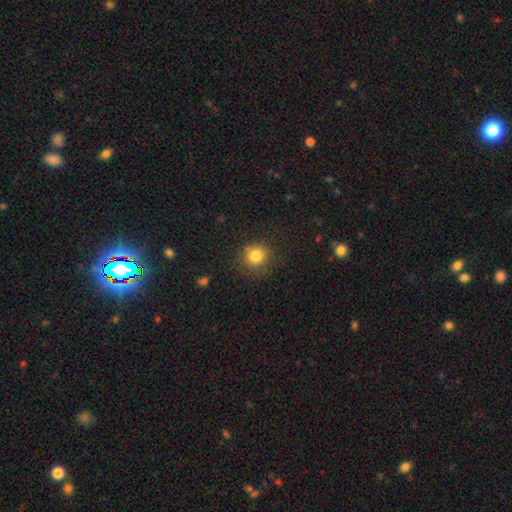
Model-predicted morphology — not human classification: The model was most divided on "merging": none: 78%, minor disturbance: 14%, major disturbance: 5%, merger: 3%. More confident: how rounded — round (88%); smooth or featured — smooth (82%).